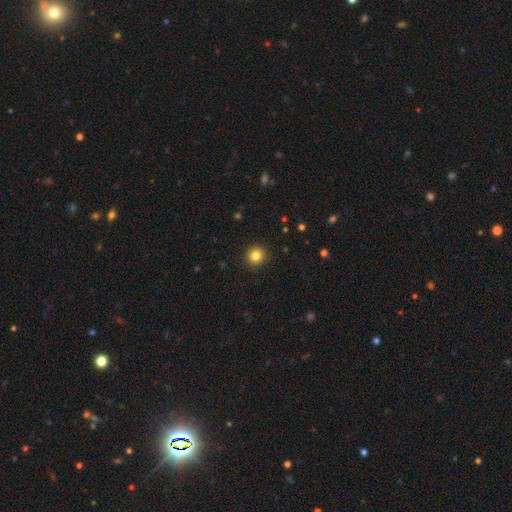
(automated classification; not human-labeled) This appears to be a smooth galaxy with no disk features (83%) that is round (94%). Merging: none (93%).